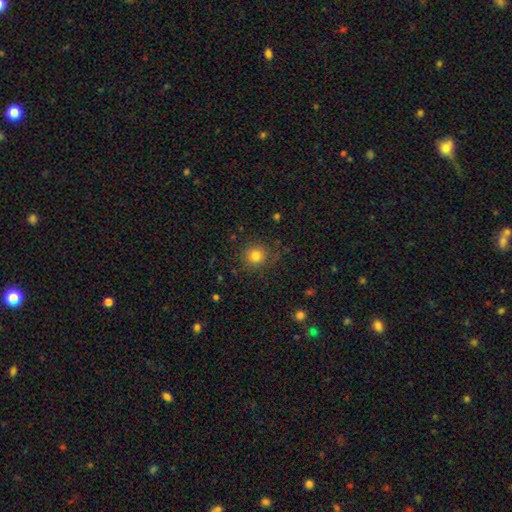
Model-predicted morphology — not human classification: Smooth or featured? smooth (81%)
How rounded? round (90%)
Merging? none (83%)